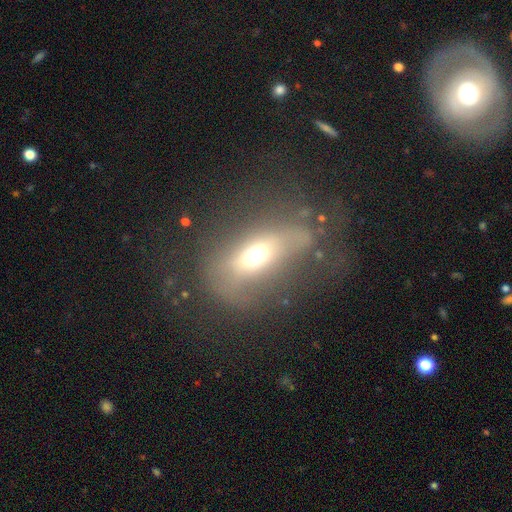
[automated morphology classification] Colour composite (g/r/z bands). It shows a smooth galaxy with no disk features (49%). Merging: none (39%).